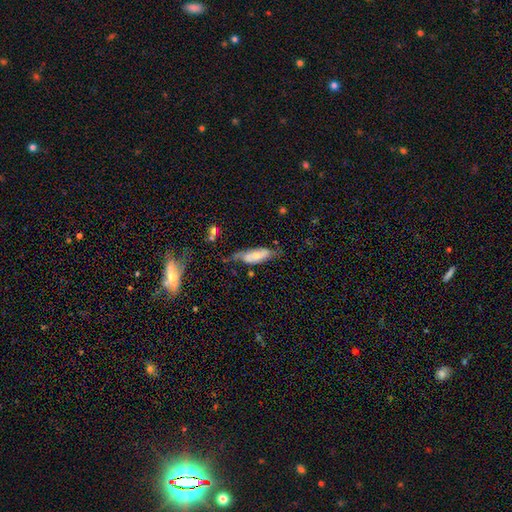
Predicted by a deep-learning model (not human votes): A smooth galaxy with no disk features (51%) that is in between round and cigar-shaped (64%).

Vote fractions:
- Smooth or featured? smooth: 51% / featured or disk: 42% / star or artifact: 7%
- How rounded? in between: 64% / cigar-shaped: 34% / round: 2%
- Merging? none: 44% / minor disturbance: 34% / major disturbance: 18% / merger: 4%